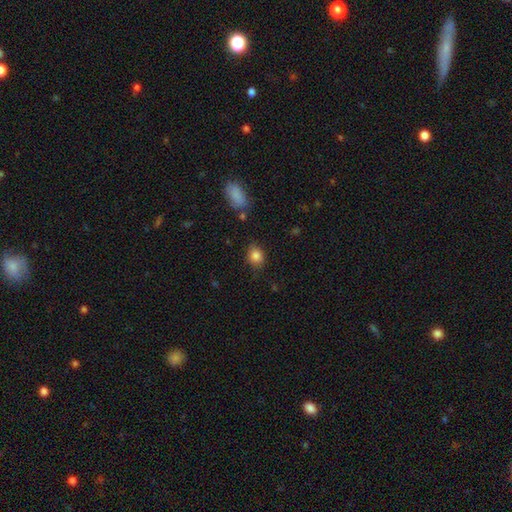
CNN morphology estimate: This appears to be a smooth galaxy with no disk features (84%) that is in between round and cigar-shaped (50%). Merging: none (80%).